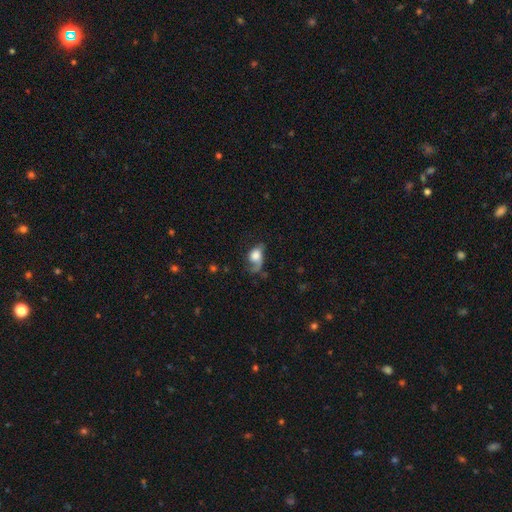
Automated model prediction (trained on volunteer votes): Smooth or featured? smooth (52%)
How rounded? in between (69%)
Merging? major disturbance (40%)